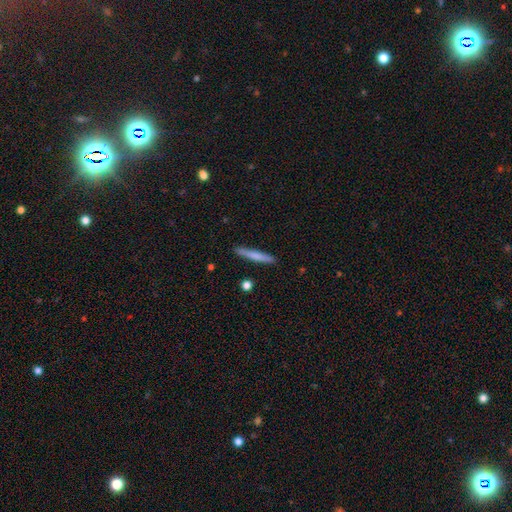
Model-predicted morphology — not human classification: Q: Smooth or featured?
A: smooth (70%); runner-up: featured or disk (24%)
Q: How rounded?
A: cigar-shaped (95%); runner-up: in between (3%)
Q: Merging?
A: none (90%); runner-up: minor disturbance (7%)